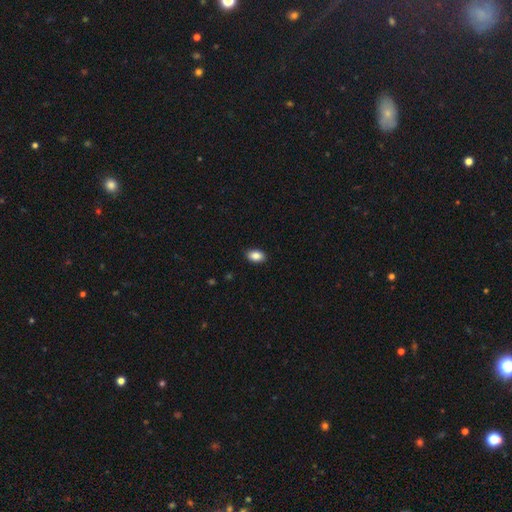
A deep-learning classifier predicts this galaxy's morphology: Smooth or featured?
  - smooth: 87% *
  - star or artifact: 8%
  - featured or disk: 5%
How rounded?
  - in between: 90% *
  - round: 8%
  - cigar-shaped: 2%
Merging?
  - none: 89% *
  - minor disturbance: 8%
  - major disturbance: 2%
  - merger: 1%